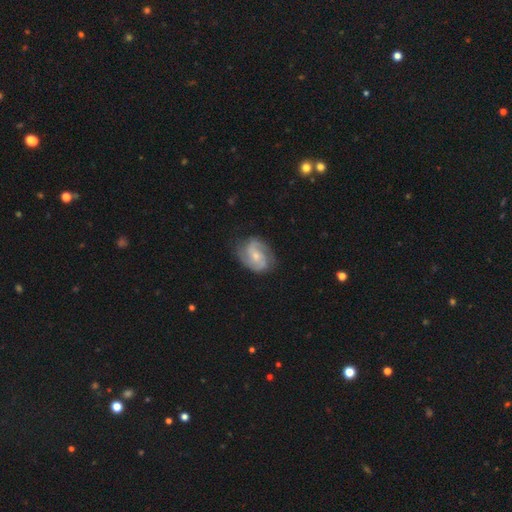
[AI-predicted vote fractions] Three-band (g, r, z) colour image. It shows a featured or disk galaxy (84%) with no bar (52%), 2 (67%) medium (47%) spiral arms (96%) and a small central bulge (58%). Merging: none (75%).